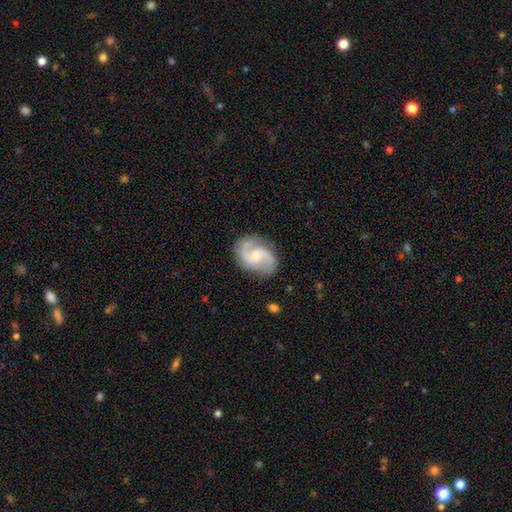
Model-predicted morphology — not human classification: Overall: featured or disk (88%). Edge-on disk: no (98%). Bar: weak (48%; no 44%). Spiral arms: yes (98%). Spiral arm count: 2 (93%). Spiral winding: medium (52%; loose 35%). Bulge size: small (51%; moderate 37%). Merging: none (80%).